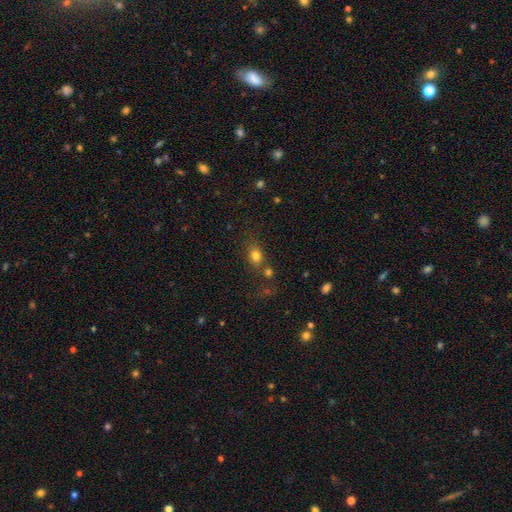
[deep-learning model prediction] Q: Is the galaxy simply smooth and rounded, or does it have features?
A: smooth — 78%.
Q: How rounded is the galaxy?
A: in between — 50%.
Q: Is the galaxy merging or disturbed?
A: none — 61%.